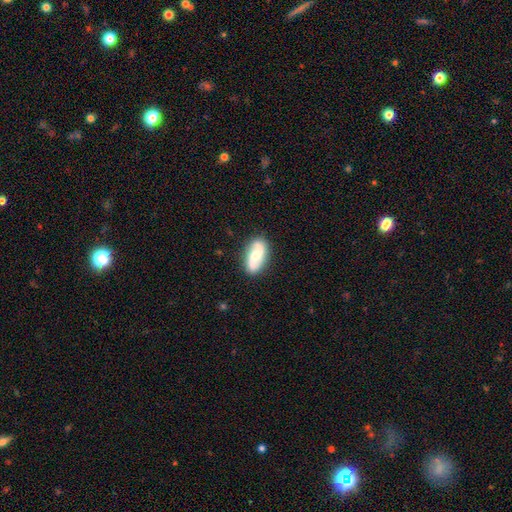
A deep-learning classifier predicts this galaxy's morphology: smooth_or_featured: featured or disk (p=0.69) [alt: smooth p=0.25]
disk_edge_on: no (p=0.95) [alt: yes p=0.05]
bar: no (p=0.45) [alt: weak p=0.39]
has_spiral_arms: yes (p=0.91) [alt: no p=0.09]
spiral_winding: loose (p=0.51) [alt: medium p=0.35]
spiral_arm_count: 2 (p=0.90) [alt: can't tell p=0.05]
bulge_size: moderate (p=0.58) [alt: small p=0.28]
merging: none (p=0.82) [alt: minor disturbance p=0.13]